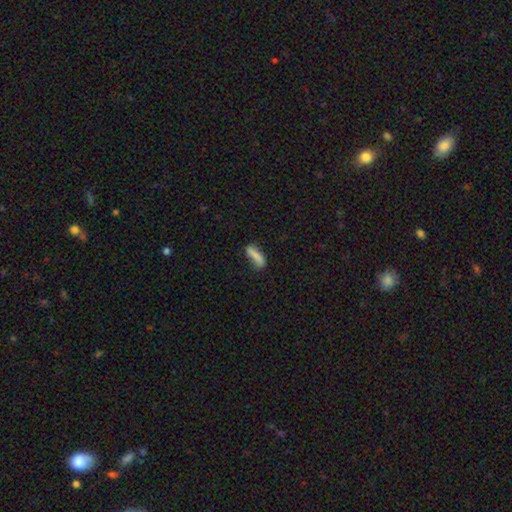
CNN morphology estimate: Q: Smooth or featured?
A: smooth (79%); runner-up: featured or disk (13%)
Q: How rounded?
A: cigar-shaped (61%); runner-up: in between (36%)
Q: Merging?
A: none (64%); runner-up: minor disturbance (25%)